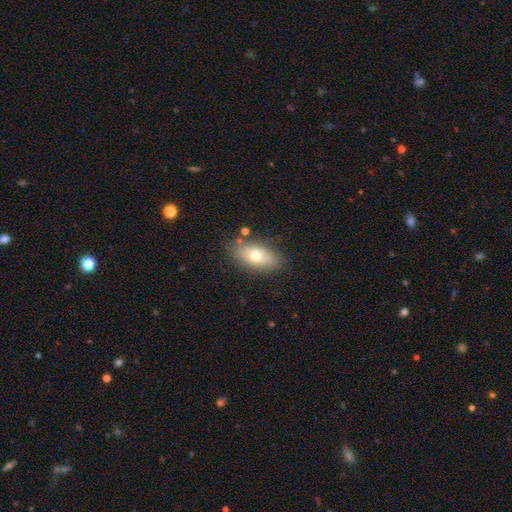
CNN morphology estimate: Smooth or featured? smooth (68%)
How rounded? in between (86%)
Merging? none (81%)